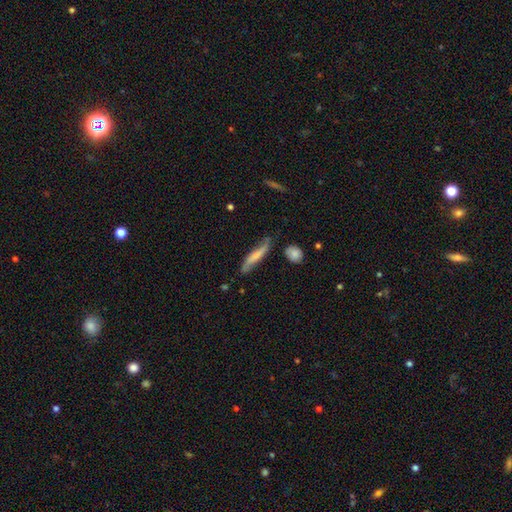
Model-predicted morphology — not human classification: Smooth or featured: smooth — 52% (featured or disk — 41%)
How rounded: cigar-shaped — 86% (in between — 12%)
Merging: none — 62% (minor disturbance — 27%)